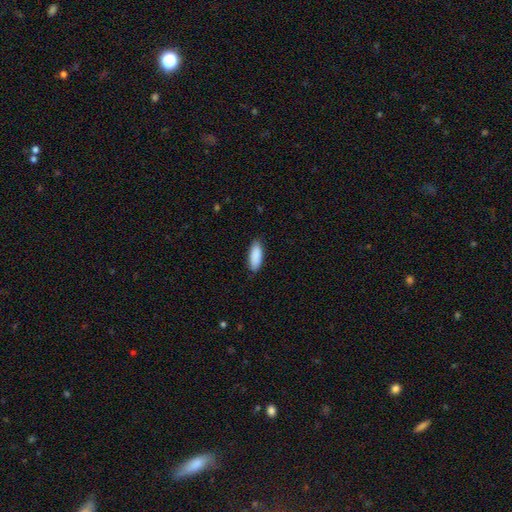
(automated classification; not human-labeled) smooth_or_featured: smooth (p=0.90) [alt: star or artifact p=0.06]
how_rounded: in between (p=0.71) [alt: cigar-shaped p=0.27]
merging: none (p=0.85) [alt: minor disturbance p=0.12]